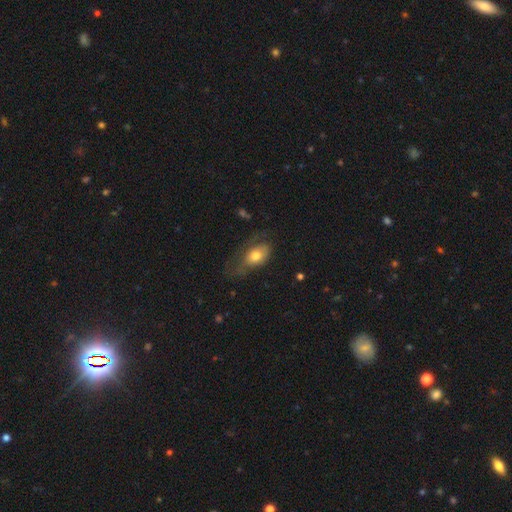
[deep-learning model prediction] This is likely a smooth galaxy (65%). How rounded: clearly in between (85%). Merging: marginally major disturbance (35%).